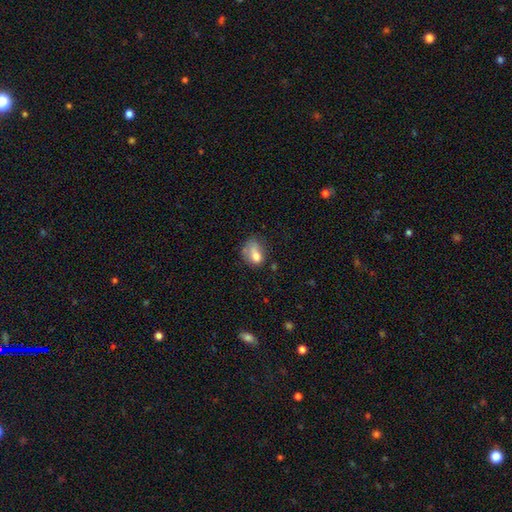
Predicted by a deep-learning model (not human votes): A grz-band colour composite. It shows a smooth galaxy with no disk features (69%) that is in between round and cigar-shaped (66%). Merging: none (33%).